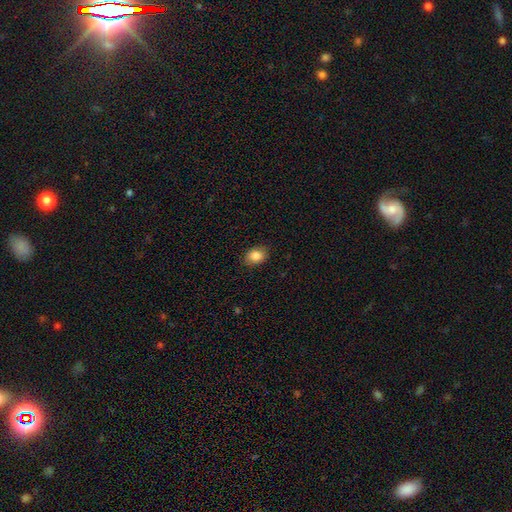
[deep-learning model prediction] Smooth or featured: smooth — 86% (star or artifact — 8%)
How rounded: in between — 68% (round — 31%)
Merging: none — 87% (minor disturbance — 10%)